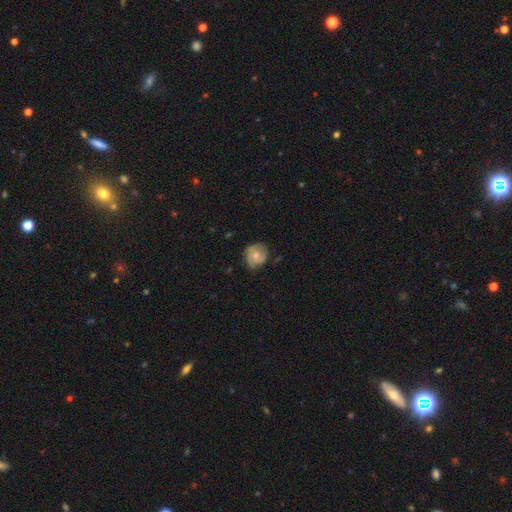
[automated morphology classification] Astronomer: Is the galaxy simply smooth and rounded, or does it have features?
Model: featured or disk — 51% (runner-up: smooth, 42%).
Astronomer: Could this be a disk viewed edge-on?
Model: no — 97%.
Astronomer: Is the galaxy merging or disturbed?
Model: none — 69%.